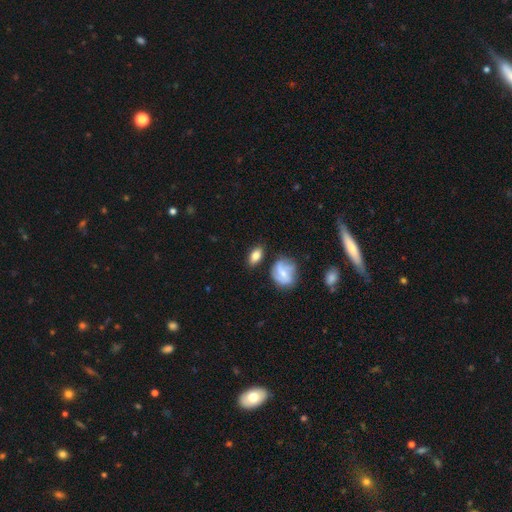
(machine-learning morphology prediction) A smooth galaxy with no disk features (72%) that is in between round and cigar-shaped (84%). Merging: none (75%).